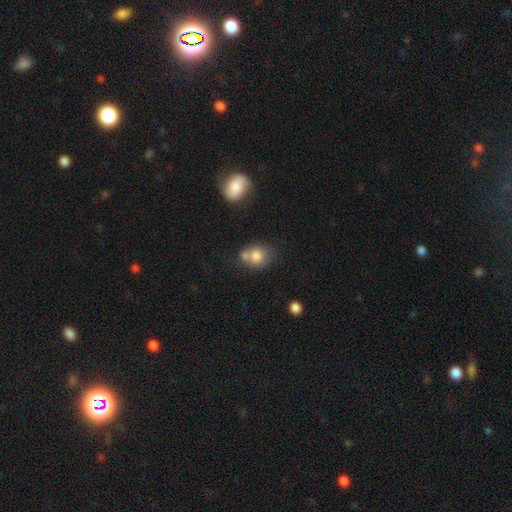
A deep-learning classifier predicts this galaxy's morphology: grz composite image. It shows a smooth galaxy with no disk features (76%) that is round (62%). Merging: none (42%).